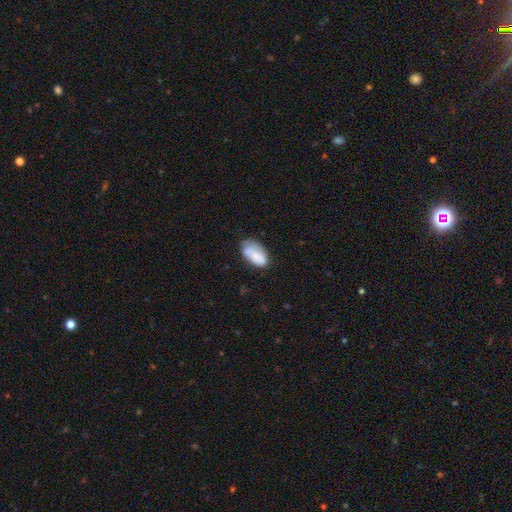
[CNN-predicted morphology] Smooth or featured: smooth — 73% (featured or disk — 20%)
How rounded: in between — 93% (round — 4%)
Merging: none — 54% (minor disturbance — 31%)